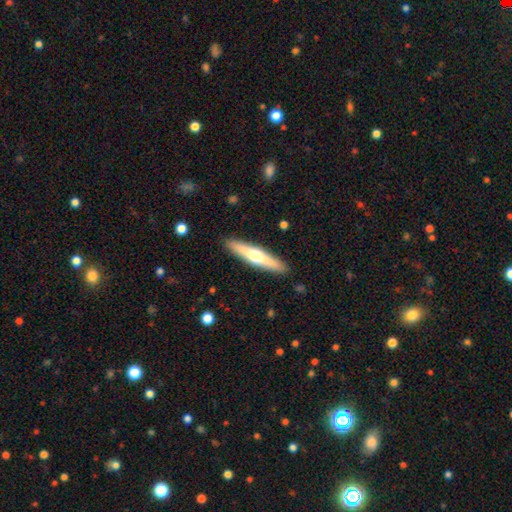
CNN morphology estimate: smooth-or-featured: featured or disk: 48% | smooth: 46% | star or artifact: 5%
  merging: none: 90% | minor disturbance: 7% | major disturbance: 2% | merger: 1%